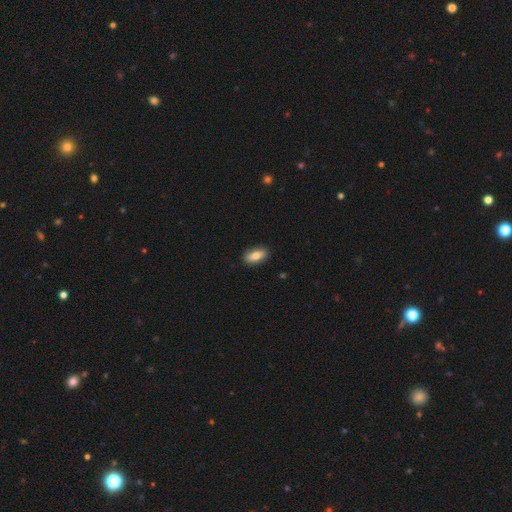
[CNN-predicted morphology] Q: Smooth or featured?
A: smooth (78%); runner-up: featured or disk (15%)
Q: How rounded?
A: in between (87%); runner-up: cigar-shaped (9%)
Q: Merging?
A: none (88%); runner-up: minor disturbance (9%)